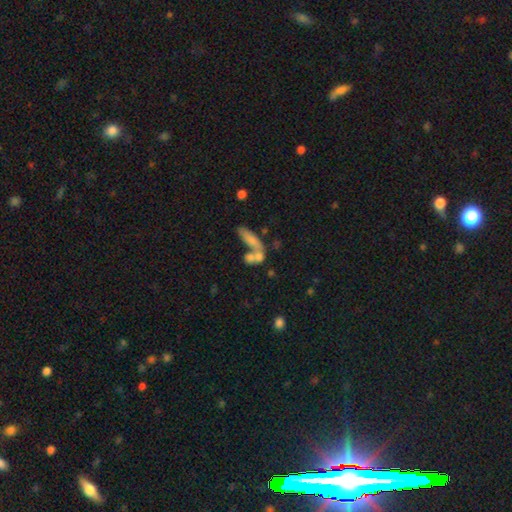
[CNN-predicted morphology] Smooth or featured: smooth — 63% (featured or disk — 25%)
How rounded: in between — 54% (cigar-shaped — 29%)
Merging: merger — 54% (none — 27%)